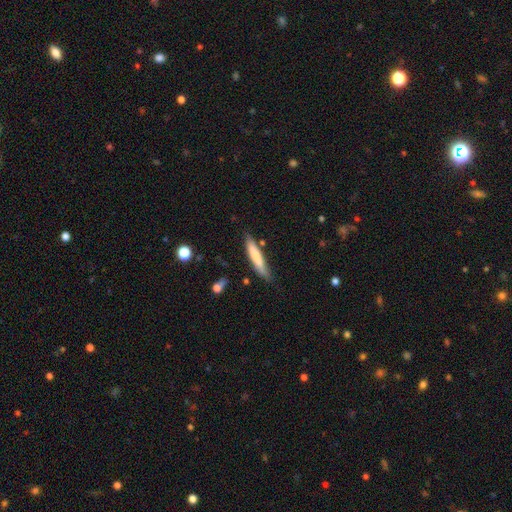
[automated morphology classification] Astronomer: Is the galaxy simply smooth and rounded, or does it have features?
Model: smooth — 71%.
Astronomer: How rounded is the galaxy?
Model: cigar-shaped — 88%.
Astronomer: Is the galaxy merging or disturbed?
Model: none — 75%.